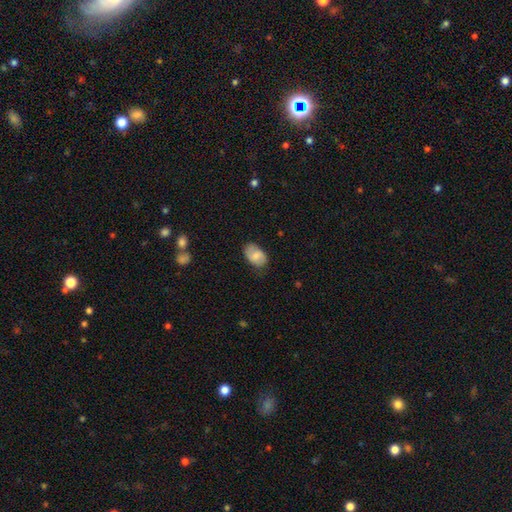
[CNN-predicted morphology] The model was most divided on "merging": none: 72%, minor disturbance: 22%, major disturbance: 4%, merger: 1%. More confident: how rounded — in between (88%); smooth or featured — smooth (74%).